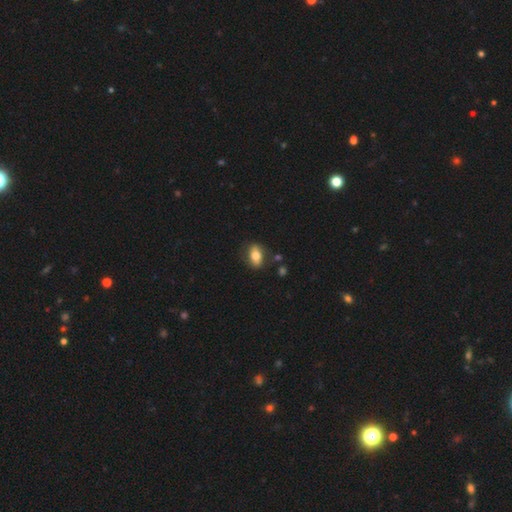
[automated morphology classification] This appears to be a smooth galaxy with no disk features (75%) that is in between round and cigar-shaped (83%). Merging: none (80%).